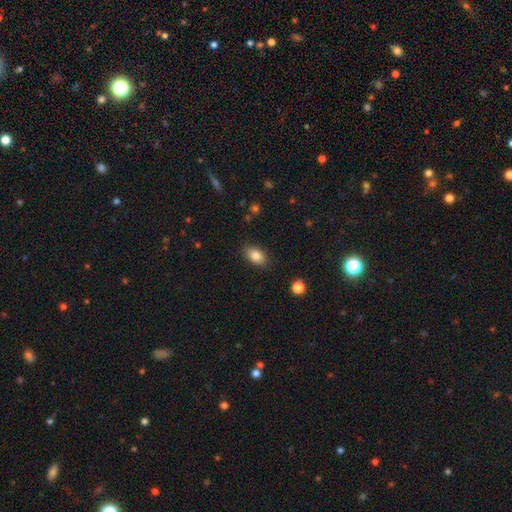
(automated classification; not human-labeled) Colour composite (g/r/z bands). It shows a smooth galaxy with no disk features (84%) that is in between round and cigar-shaped (88%). Merging: none (86%).